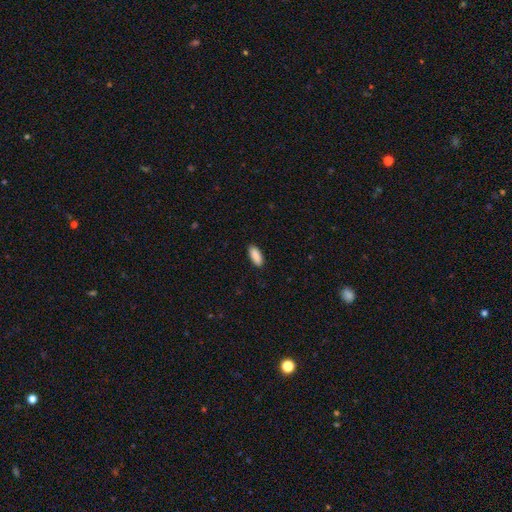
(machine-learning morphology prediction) Smooth or featured?
  - smooth: 91% *
  - star or artifact: 6%
  - featured or disk: 3%
How rounded?
  - in between: 83% *
  - cigar-shaped: 15%
  - round: 2%
Merging?
  - none: 90% *
  - minor disturbance: 8%
  - major disturbance: 2%
  - merger: 1%